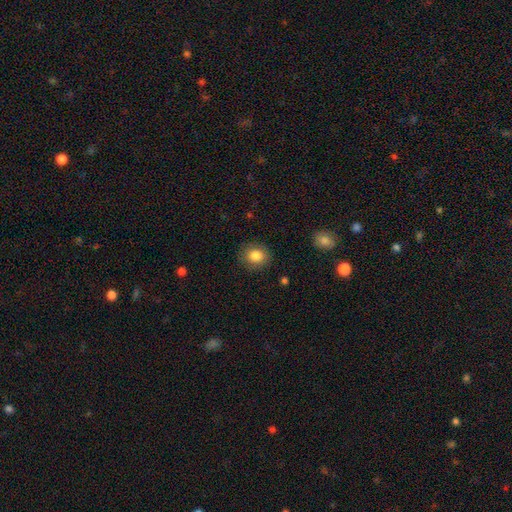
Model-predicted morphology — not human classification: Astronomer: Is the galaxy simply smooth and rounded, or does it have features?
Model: smooth — 84%.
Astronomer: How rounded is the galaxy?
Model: round — 72%.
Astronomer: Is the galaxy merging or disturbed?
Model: none — 86%.